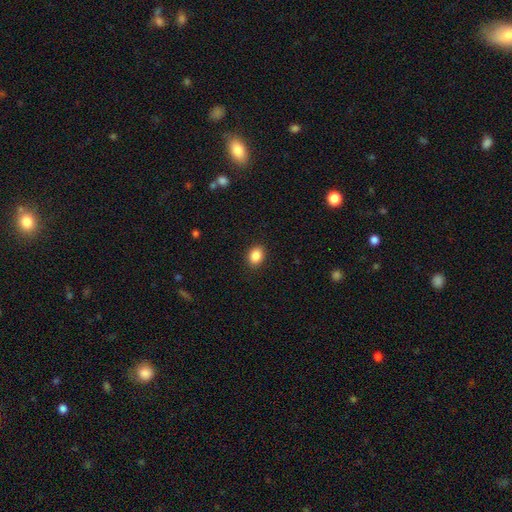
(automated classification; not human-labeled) Morphology: type=smooth (87%); roundness=in between (62%); merging=none (90%).